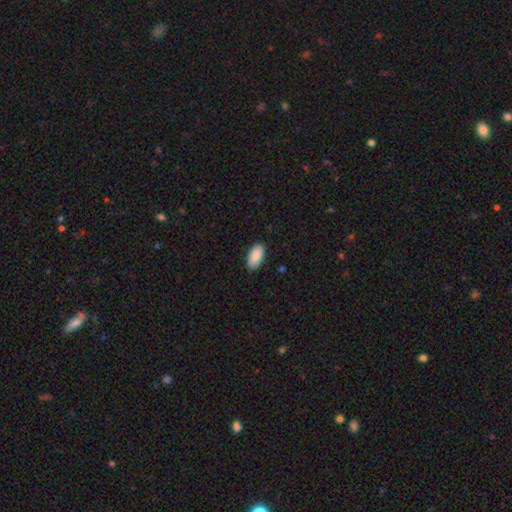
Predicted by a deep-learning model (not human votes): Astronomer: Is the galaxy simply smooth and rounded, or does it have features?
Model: smooth — 90%.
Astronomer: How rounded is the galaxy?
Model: in between — 94%.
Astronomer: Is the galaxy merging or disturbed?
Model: none — 88%.